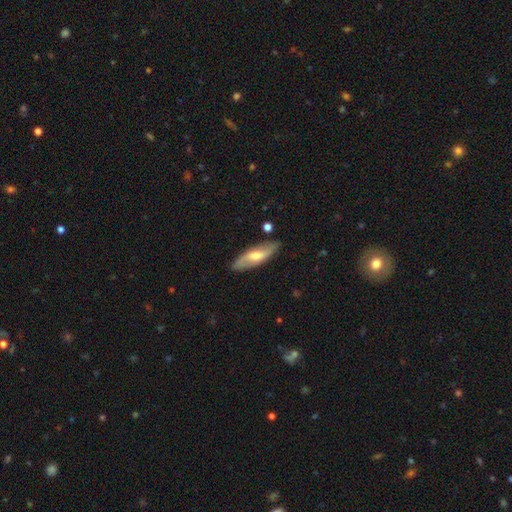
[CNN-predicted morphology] Smooth or featured: featured or disk — 49% (smooth — 46%)
Merging: none — 84% (minor disturbance — 12%)